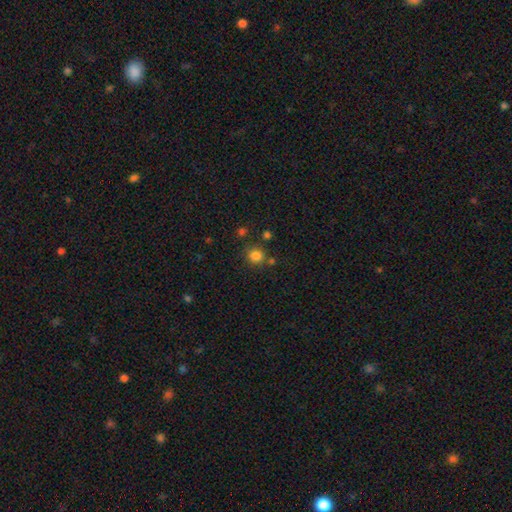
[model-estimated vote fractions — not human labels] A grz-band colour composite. It shows a smooth galaxy with no disk features (83%) that is round (89%). Merging: none (78%).